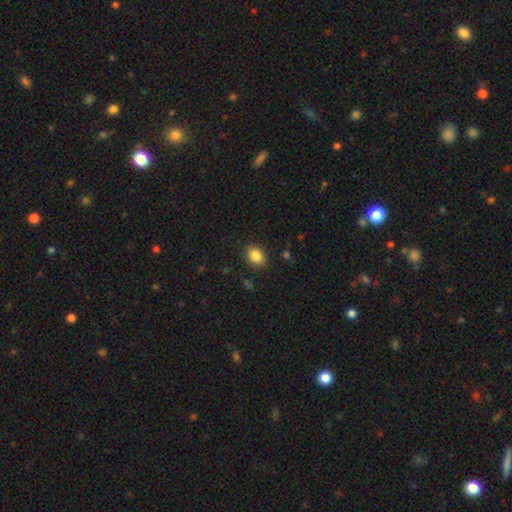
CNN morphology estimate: smooth_or_featured: smooth (p=0.86) [alt: star or artifact p=0.09]
how_rounded: in between (p=0.63) [alt: round p=0.36]
merging: none (p=0.87) [alt: minor disturbance p=0.09]